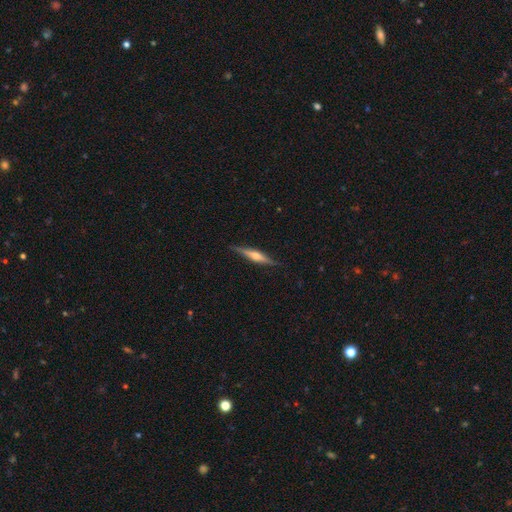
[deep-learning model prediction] featured or disk 71%, smooth 24%, star or artifact 6%. Down the decision tree: edge-on disk — yes (97%); edge-on bulge — rounded (87%); merging — none (88%).